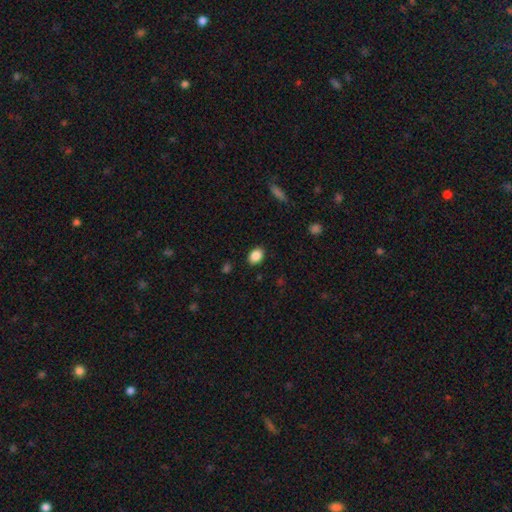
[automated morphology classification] smooth_or_featured: smooth (p=0.87) [alt: star or artifact p=0.08]
how_rounded: in between (p=0.74) [alt: round p=0.24]
merging: none (p=0.88) [alt: minor disturbance p=0.08]